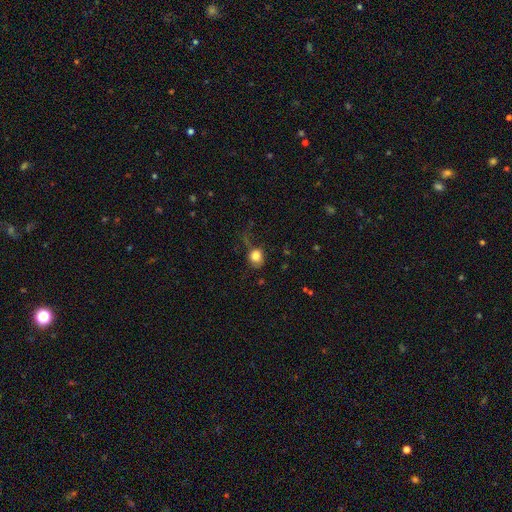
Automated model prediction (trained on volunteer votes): smooth_or_featured: smooth (p=0.81) [alt: star or artifact p=0.10]
how_rounded: round (p=0.70) [alt: in between p=0.29]
merging: none (p=0.47) [alt: minor disturbance p=0.27]